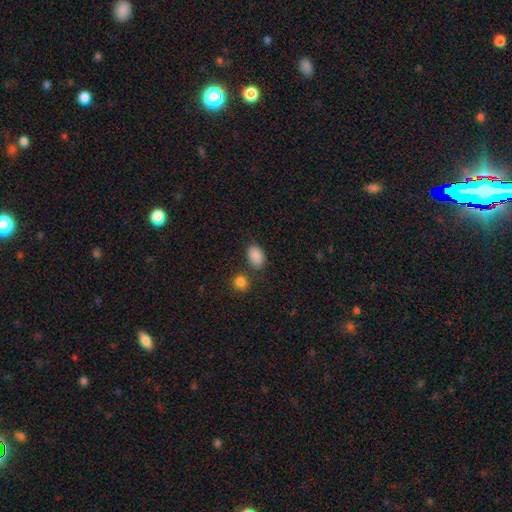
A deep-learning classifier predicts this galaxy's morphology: smooth_or_featured: smooth (p=0.89) [alt: star or artifact p=0.08]
how_rounded: in between (p=0.85) [alt: round p=0.14]
merging: none (p=0.77) [alt: minor disturbance p=0.12]